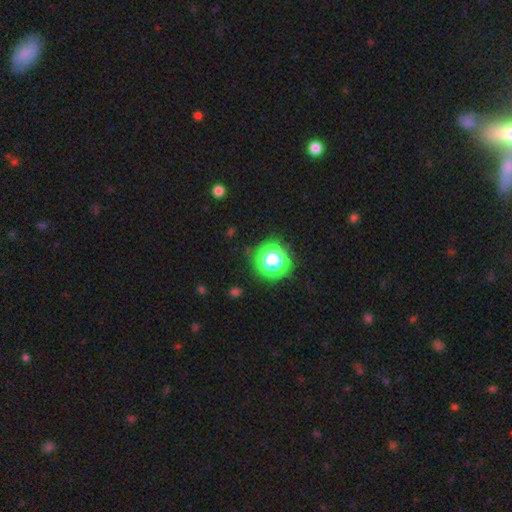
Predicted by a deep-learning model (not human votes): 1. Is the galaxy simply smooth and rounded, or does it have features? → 63% star or artifact, 32% smooth, 5% featured or disk.